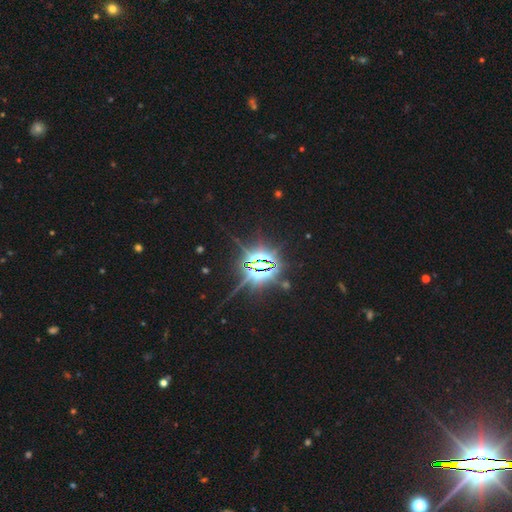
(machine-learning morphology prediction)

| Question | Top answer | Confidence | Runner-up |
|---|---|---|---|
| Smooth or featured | star or artifact | 85% | featured or disk (8%) |